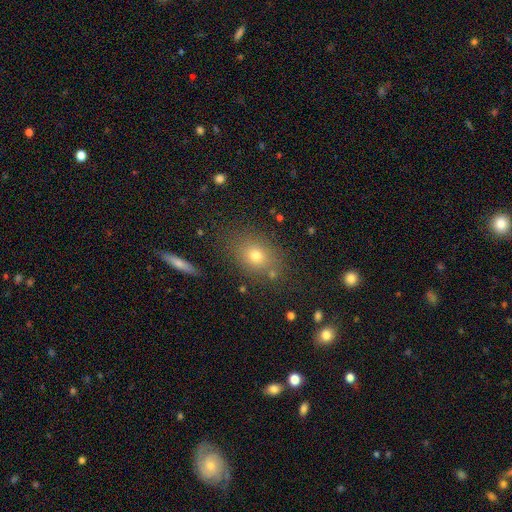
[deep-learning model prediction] Smooth or featured? Predicted: smooth (p=0.73). How rounded? Predicted: in between (p=0.57). Merging? Predicted: none (p=0.78).